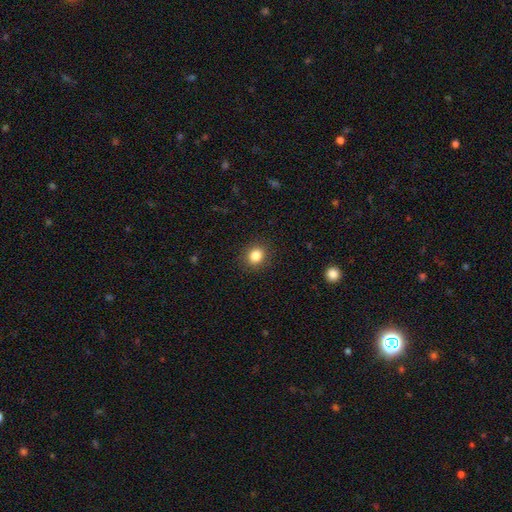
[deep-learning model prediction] A smooth galaxy with no disk features (85%) that is round (70%). Merging: none (89%).